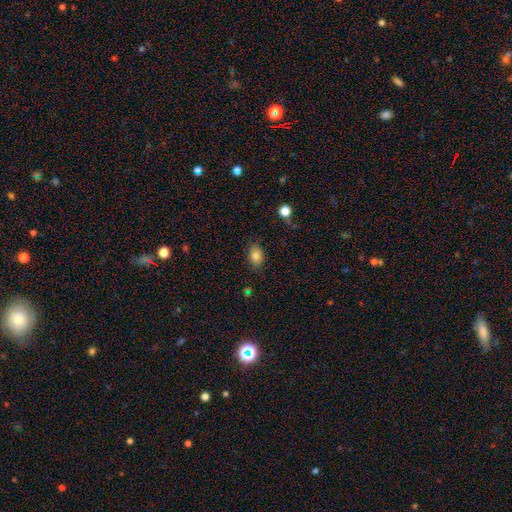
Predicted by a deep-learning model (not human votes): Smooth or featured? Predicted: smooth (p=0.82). How rounded? Predicted: in between (p=0.76). Merging? Predicted: none (p=0.81).